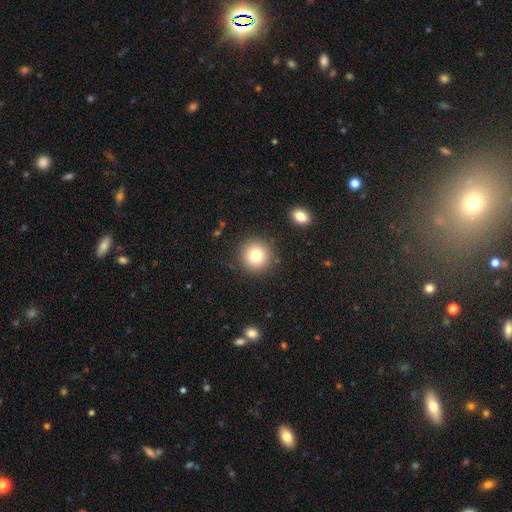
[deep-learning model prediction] Overall: smooth (78%). How rounded: round (94%). Merging: none (89%).